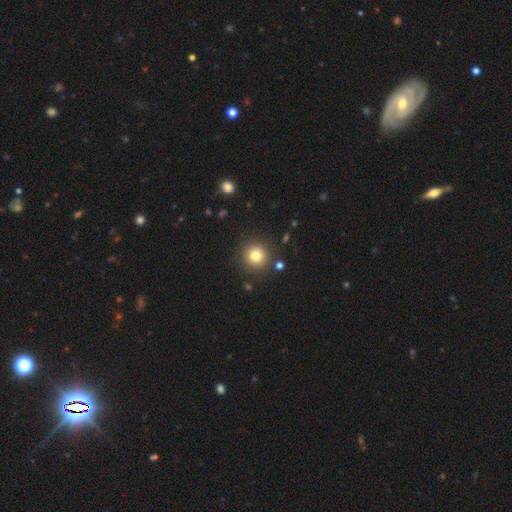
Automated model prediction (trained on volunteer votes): Morphology: type=smooth (79%); roundness=round (95%); merging=none (89%).